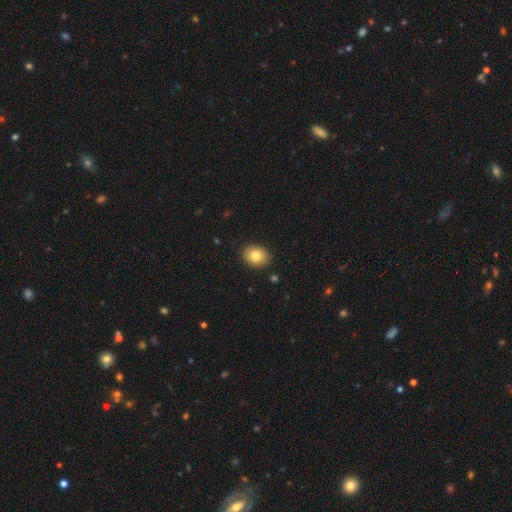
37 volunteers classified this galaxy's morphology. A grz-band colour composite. It shows a smooth galaxy with no disk features (89%) that is round (61%). Merging: none (94%).